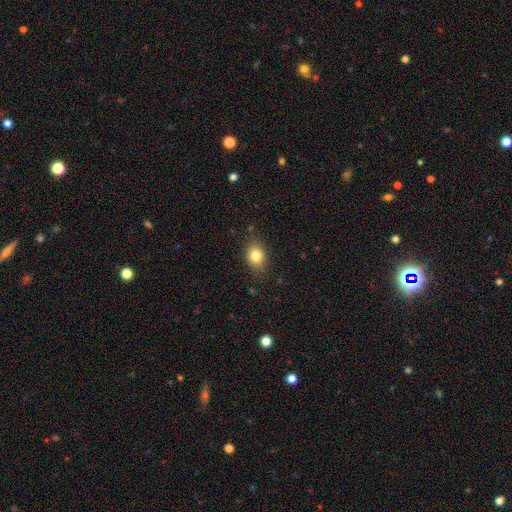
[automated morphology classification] Smooth or featured? Predicted: smooth (p=0.82). How rounded? Predicted: in between (p=0.59). Merging? Predicted: none (p=0.82).